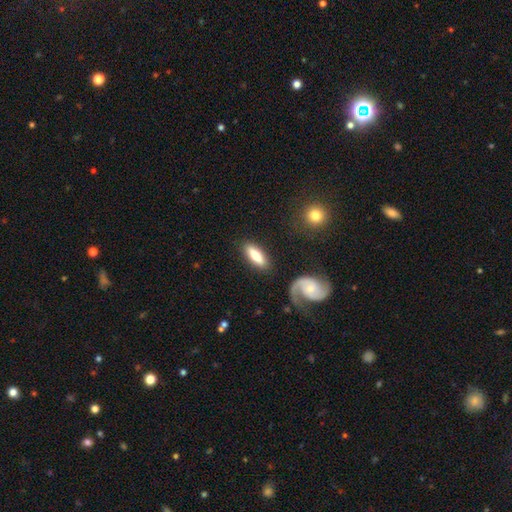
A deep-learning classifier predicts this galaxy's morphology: smooth_or_featured: smooth (p=0.65) [alt: featured or disk p=0.29]
how_rounded: in between (p=0.60) [alt: cigar-shaped p=0.37]
merging: none (p=0.81) [alt: minor disturbance p=0.11]